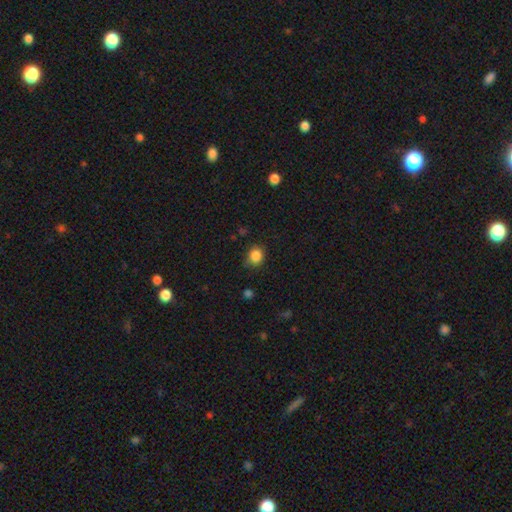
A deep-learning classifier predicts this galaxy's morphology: Smooth or featured? smooth (85%)
How rounded? round (75%)
Merging? none (76%)